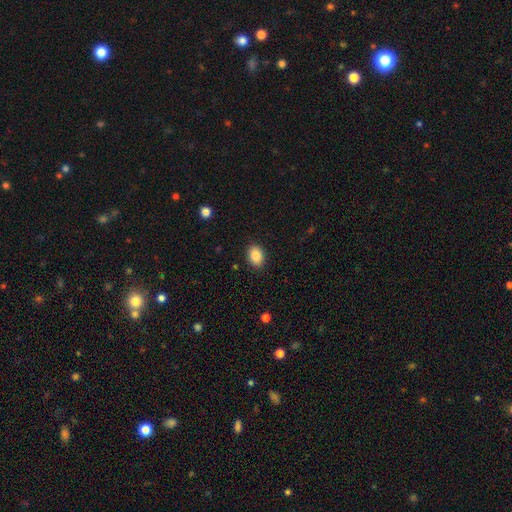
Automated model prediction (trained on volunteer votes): Q: Smooth or featured?
A: smooth (85%); runner-up: star or artifact (8%)
Q: How rounded?
A: in between (75%); runner-up: round (24%)
Q: Merging?
A: none (89%); runner-up: minor disturbance (8%)